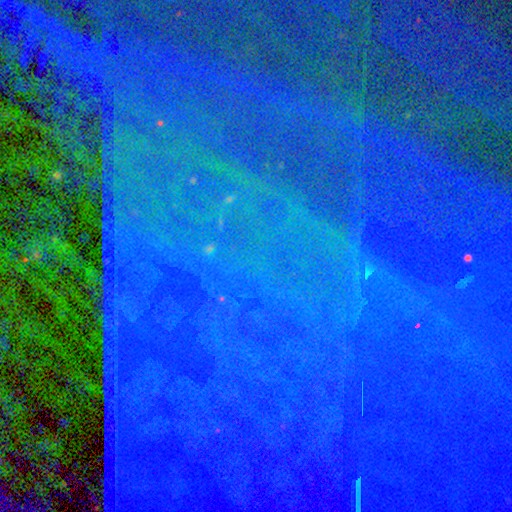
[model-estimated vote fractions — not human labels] smooth_or_featured: star or artifact (p=0.86) [alt: featured or disk p=0.07]